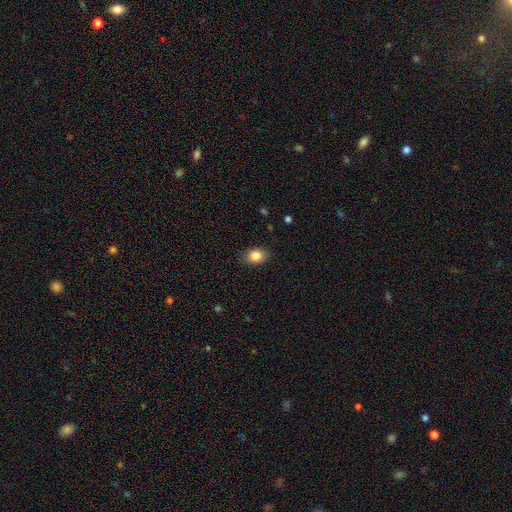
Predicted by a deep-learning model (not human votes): Q: Smooth or featured?
A: smooth (84%); runner-up: star or artifact (9%)
Q: How rounded?
A: in between (72%); runner-up: round (27%)
Q: Merging?
A: none (86%); runner-up: minor disturbance (11%)